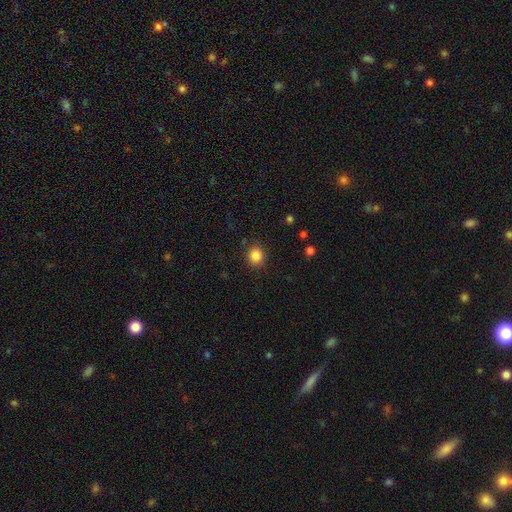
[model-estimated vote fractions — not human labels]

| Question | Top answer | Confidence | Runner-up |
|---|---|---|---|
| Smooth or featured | smooth | 85% | star or artifact (11%) |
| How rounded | round | 86% | in between (13%) |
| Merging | none | 88% | minor disturbance (8%) |